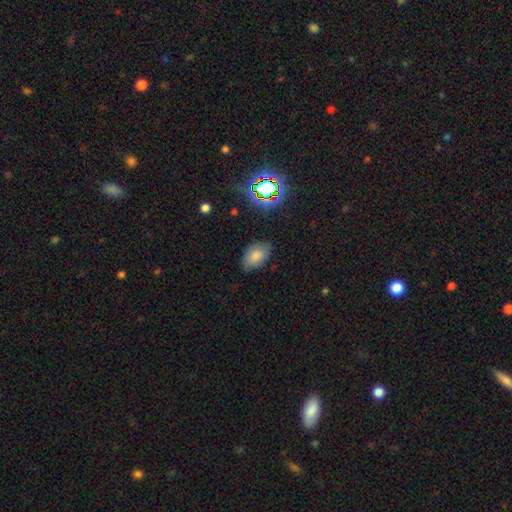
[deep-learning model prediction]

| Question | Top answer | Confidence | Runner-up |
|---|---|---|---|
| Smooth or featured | smooth | 78% | star or artifact (11%) |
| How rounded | in between | 90% | round (9%) |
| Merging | none | 76% | minor disturbance (18%) |